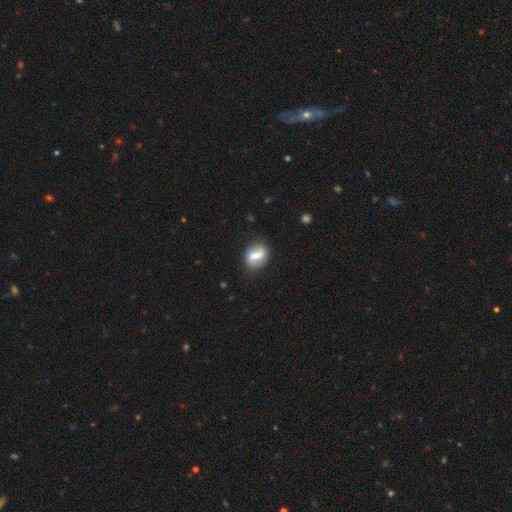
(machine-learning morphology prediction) A smooth galaxy with no disk features (54%) that is in between round and cigar-shaped (60%).

Vote fractions:
- Smooth or featured? smooth: 54% / featured or disk: 38% / star or artifact: 8%
- How rounded? in between: 60% / round: 37% / cigar-shaped: 3%
- Merging? none: 75% / minor disturbance: 17% / major disturbance: 5% / merger: 3%